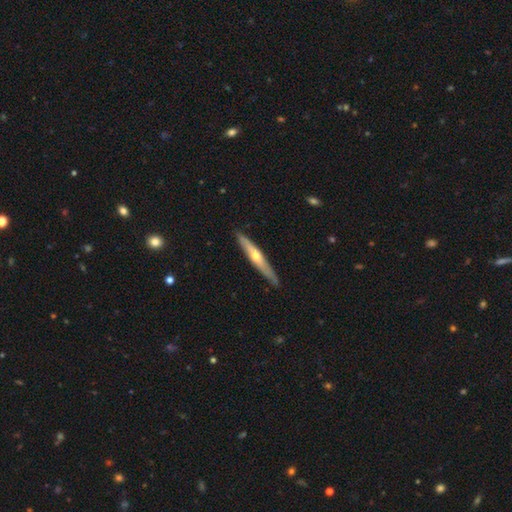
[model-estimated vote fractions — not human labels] A featured or disk galaxy (65%) viewed edge-on (93%) with a rounded central bulge (86%).

Vote fractions:
- Smooth or featured? featured or disk: 65% / smooth: 29% / star or artifact: 5%
- Edge-on disk? yes: 93% / no: 7%
- Edge-on bulge? rounded: 86% / none: 12% / boxy: 2%
- Merging? none: 89% / minor disturbance: 8% / major disturbance: 1% / merger: 1%